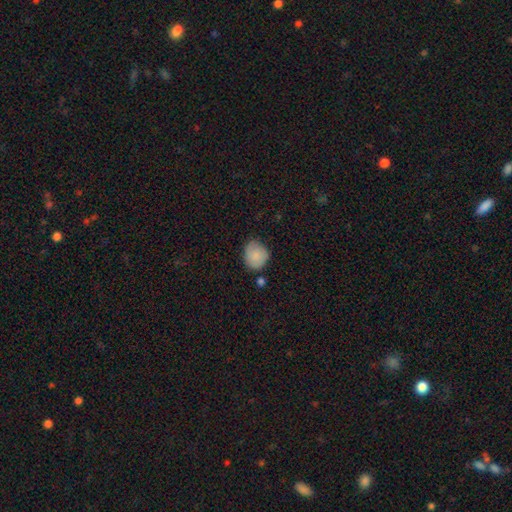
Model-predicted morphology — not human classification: Q: Smooth or featured?
A: smooth (84%); runner-up: featured or disk (9%)
Q: How rounded?
A: round (77%); runner-up: in between (22%)
Q: Merging?
A: none (69%); runner-up: minor disturbance (22%)